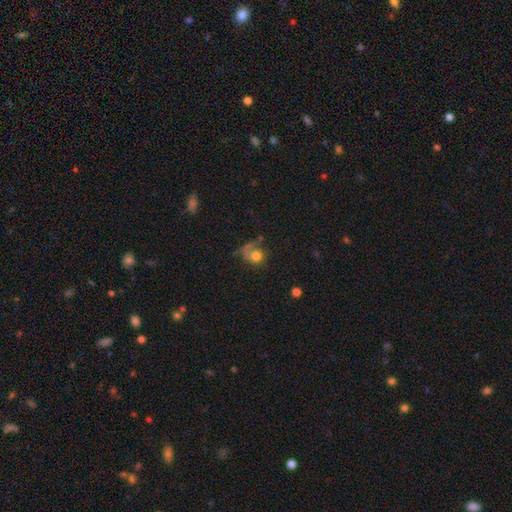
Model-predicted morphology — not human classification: Q: Smooth or featured?
A: smooth (62%); runner-up: featured or disk (25%)
Q: How rounded?
A: round (74%); runner-up: in between (25%)
Q: Merging?
A: none (37%); runner-up: major disturbance (34%)